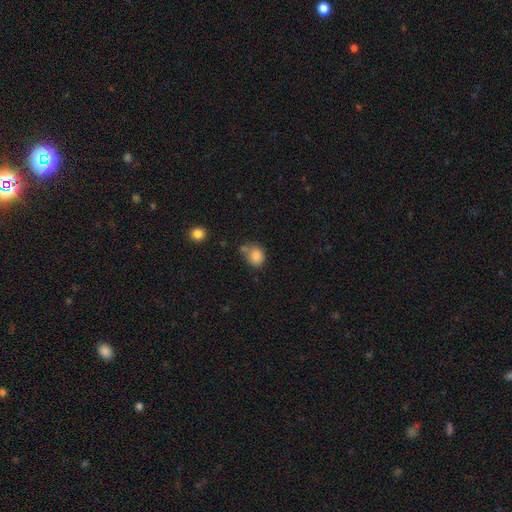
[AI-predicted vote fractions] Q: Smooth or featured?
A: smooth (84%); runner-up: star or artifact (10%)
Q: How rounded?
A: round (57%); runner-up: in between (42%)
Q: Merging?
A: none (52%); runner-up: minor disturbance (22%)